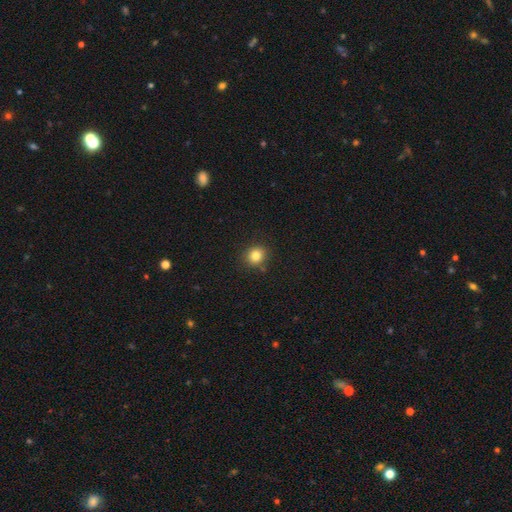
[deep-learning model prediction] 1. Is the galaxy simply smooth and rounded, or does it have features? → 83% smooth, 12% star or artifact, 6% featured or disk.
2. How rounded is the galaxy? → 81% round, 18% in between, 1% cigar-shaped.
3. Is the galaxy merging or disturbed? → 85% none, 10% minor disturbance, 3% merger, 3% major disturbance.